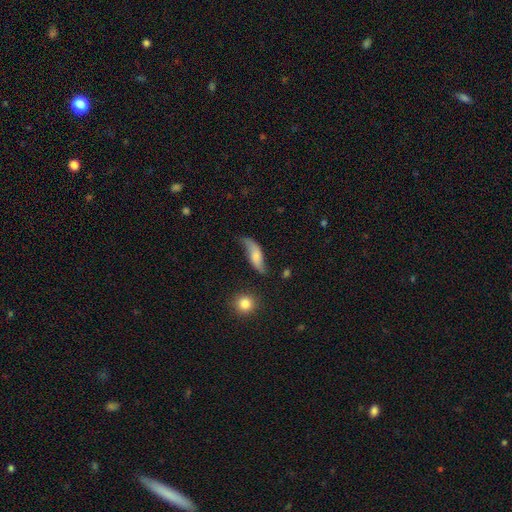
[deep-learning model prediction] This is possibly a featured or disk galaxy (52%). It is clearly not viewed edge-on (81%). Merging: possibly none (48%).